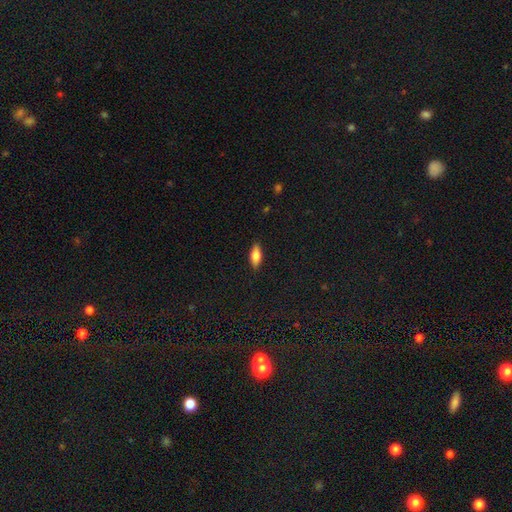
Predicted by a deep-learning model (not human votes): Morphology: type=smooth (71%); roundness=in between (73%); merging=none (88%).